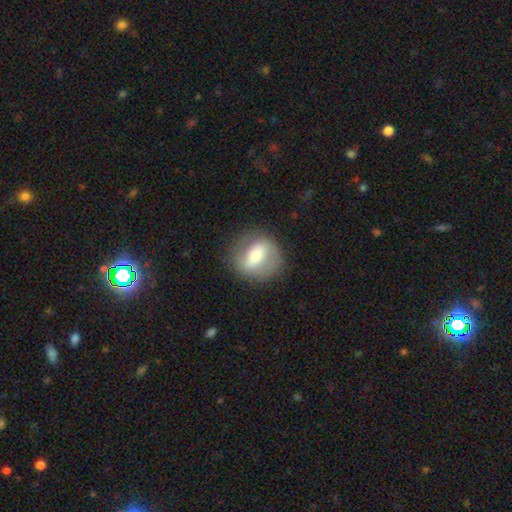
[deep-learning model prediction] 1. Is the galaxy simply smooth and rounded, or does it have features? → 52% featured or disk, 41% smooth, 7% star or artifact.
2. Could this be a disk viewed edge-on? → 91% no, 9% yes.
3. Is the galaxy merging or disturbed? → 80% none, 12% minor disturbance, 6% major disturbance, 1% merger.